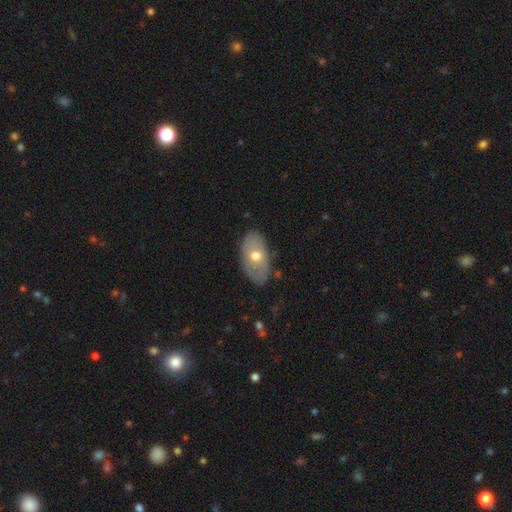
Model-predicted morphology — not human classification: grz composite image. It shows a smooth galaxy with no disk features (56%) that is in between round and cigar-shaped (92%). Merging: none (79%).